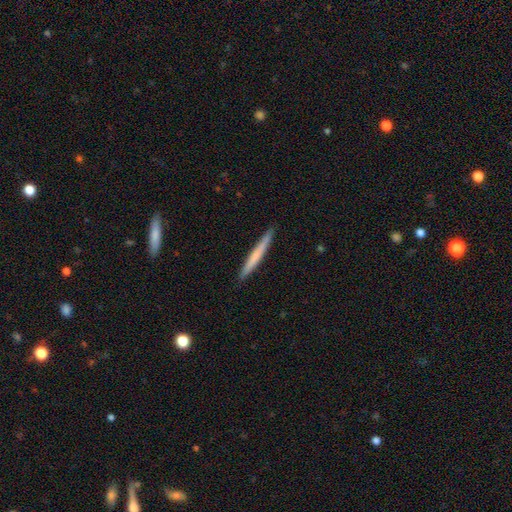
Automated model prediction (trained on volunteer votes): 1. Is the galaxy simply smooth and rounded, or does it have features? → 61% smooth, 34% featured or disk, 5% star or artifact.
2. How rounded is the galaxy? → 97% cigar-shaped, 2% in between, 1% round.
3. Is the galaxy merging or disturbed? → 90% none, 7% minor disturbance, 1% major disturbance, 1% merger.